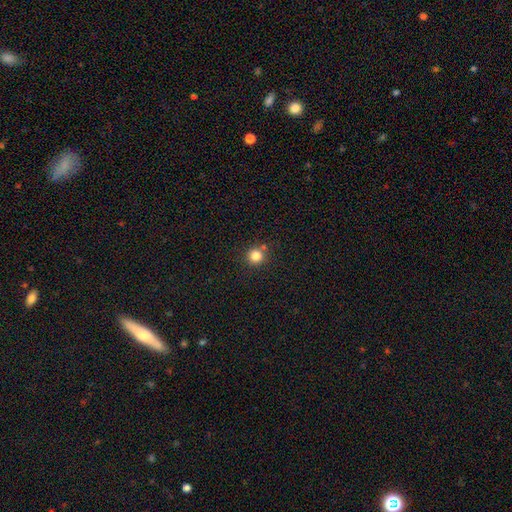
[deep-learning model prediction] The model was most divided on "merging": none: 77%, merger: 11%, minor disturbance: 9%, major disturbance: 3%. More confident: how rounded — round (93%); smooth or featured — smooth (82%).